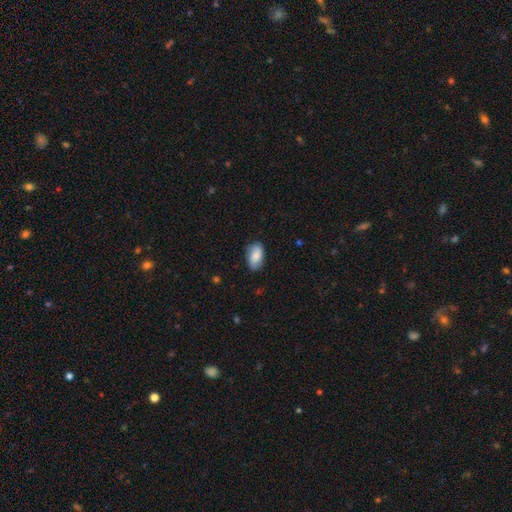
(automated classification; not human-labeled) Q: Smooth or featured?
A: smooth (80%); runner-up: featured or disk (13%)
Q: How rounded?
A: in between (93%); runner-up: round (5%)
Q: Merging?
A: none (81%); runner-up: minor disturbance (15%)